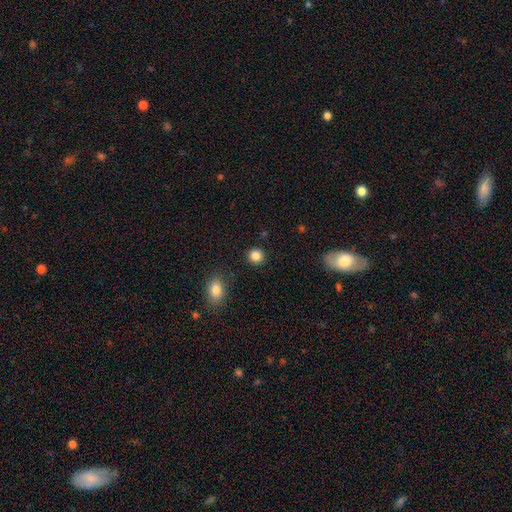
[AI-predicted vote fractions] A smooth galaxy with no disk features (85%) that is round (91%).

Vote fractions:
- Smooth or featured? smooth: 85% / star or artifact: 11% / featured or disk: 4%
- How rounded? round: 91% / in between: 8% / cigar-shaped: 1%
- Merging? none: 90% / minor disturbance: 6% / major disturbance: 2% / merger: 2%